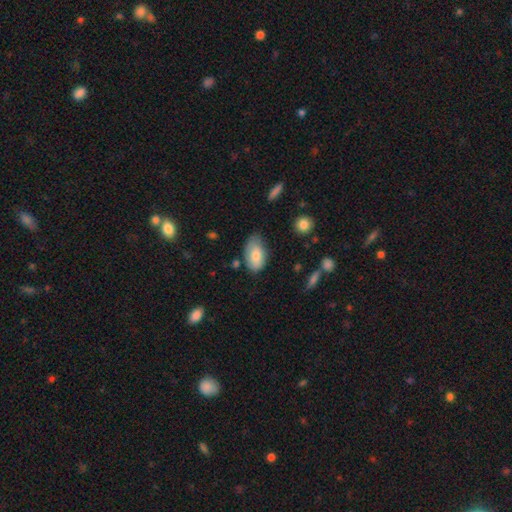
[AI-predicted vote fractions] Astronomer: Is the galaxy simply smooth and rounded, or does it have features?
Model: smooth — 77%.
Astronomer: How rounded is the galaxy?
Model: in between — 93%.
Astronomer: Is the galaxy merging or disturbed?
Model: none — 59%.